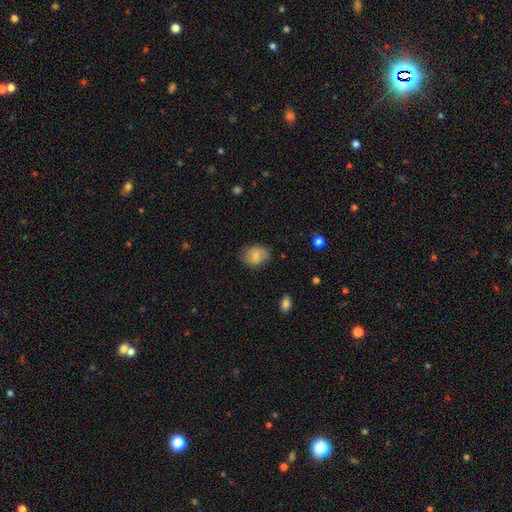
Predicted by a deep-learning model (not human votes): smooth-or-featured: smooth: 69% | featured or disk: 23% | star or artifact: 8%
  how-rounded: in between: 53% | round: 46% | cigar-shaped: 1%
  merging: none: 70% | minor disturbance: 22% | major disturbance: 6% | merger: 2%